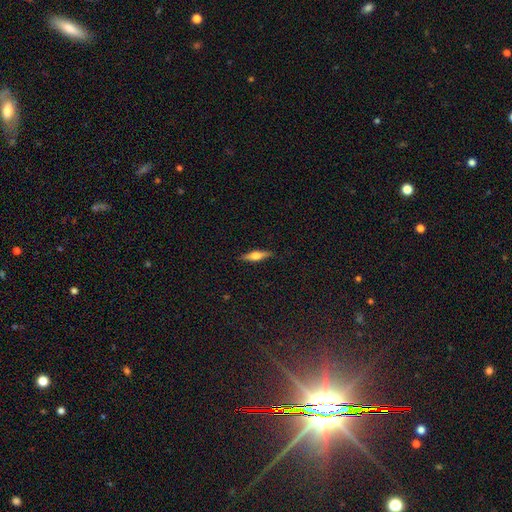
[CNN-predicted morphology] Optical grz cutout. It shows a featured or disk galaxy (53%) viewed edge-on (95%) with a rounded central bulge (90%). Merging: none (88%).